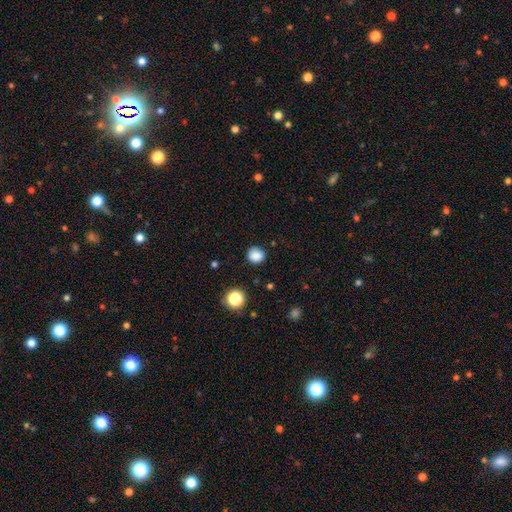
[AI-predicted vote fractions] smooth-or-featured: smooth: 85% | star or artifact: 12% | featured or disk: 3%
  how-rounded: round: 86% | in between: 14% | cigar-shaped: 1%
  merging: none: 88% | minor disturbance: 8% | major disturbance: 2% | merger: 2%